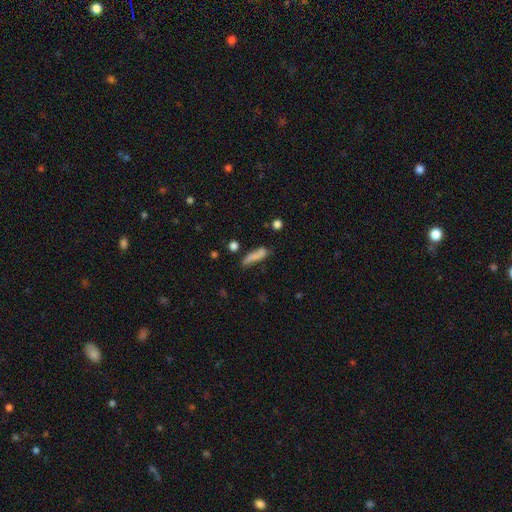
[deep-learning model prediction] Overall: smooth (71%). How rounded: cigar-shaped (64%; in between 33%). Merging: none (51%; minor disturbance 26%).